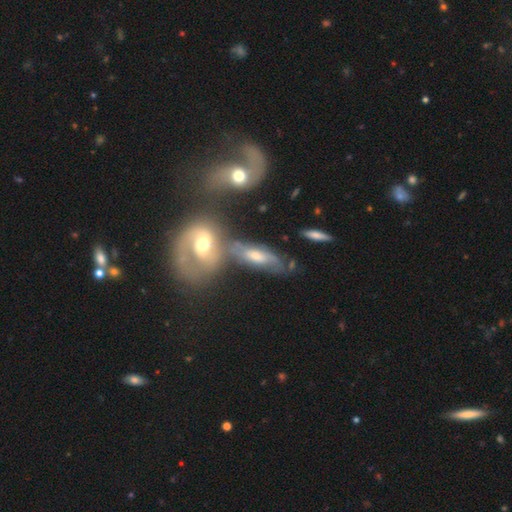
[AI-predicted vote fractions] Smooth or featured?
  - featured or disk: 56% *
  - smooth: 35%
  - star or artifact: 9%
Edge-on disk?
  - no: 79% *
  - yes: 21%
Merging?
  - merger: 42% *
  - none: 33%
  - minor disturbance: 14%
  - major disturbance: 11%